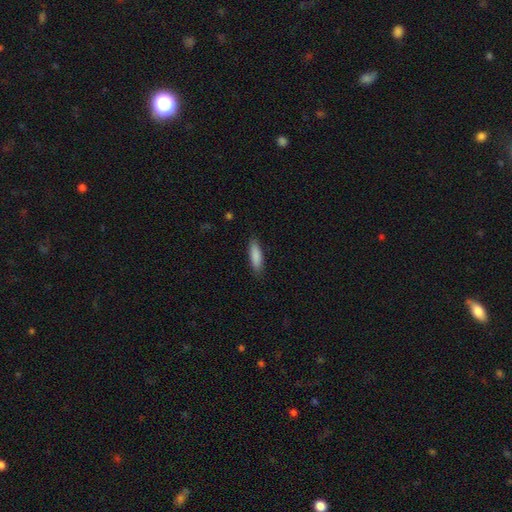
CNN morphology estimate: smooth-or-featured: smooth: 87% | featured or disk: 7% | star or artifact: 6%
  how-rounded: cigar-shaped: 58% | in between: 41% | round: 1%
  merging: none: 86% | minor disturbance: 11% | major disturbance: 2% | merger: 1%